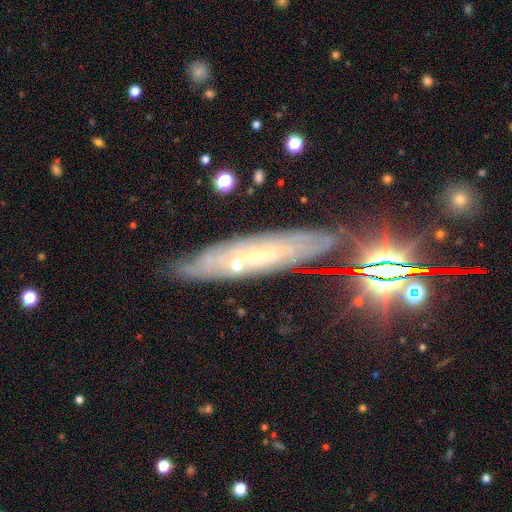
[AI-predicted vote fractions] Q: Smooth or featured?
A: featured or disk (64%); runner-up: smooth (21%)
Q: Edge-on disk?
A: no (58%); runner-up: yes (42%)
Q: Merging?
A: none (79%); runner-up: minor disturbance (14%)